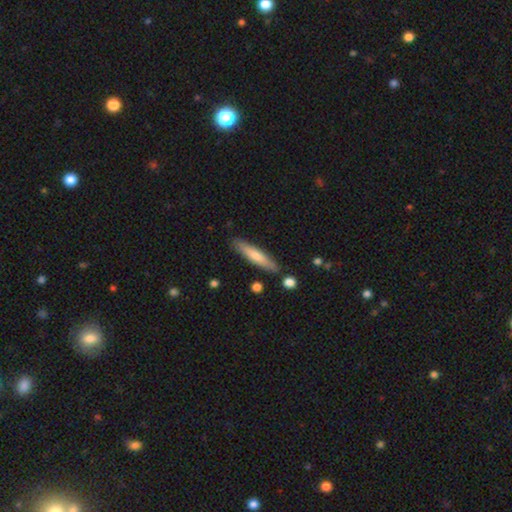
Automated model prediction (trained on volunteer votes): smooth 66%, featured or disk 29%, star or artifact 5%. Down the decision tree: how rounded — cigar-shaped (87%); merging — none (85%).